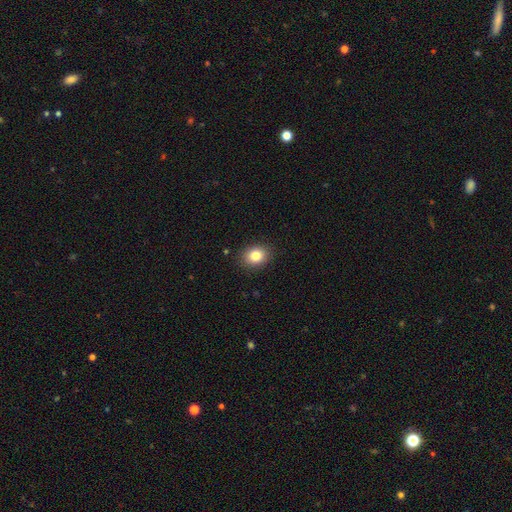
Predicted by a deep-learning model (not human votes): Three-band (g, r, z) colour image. It shows a smooth galaxy with no disk features (82%) that is in between round and cigar-shaped (50%). Merging: none (88%).